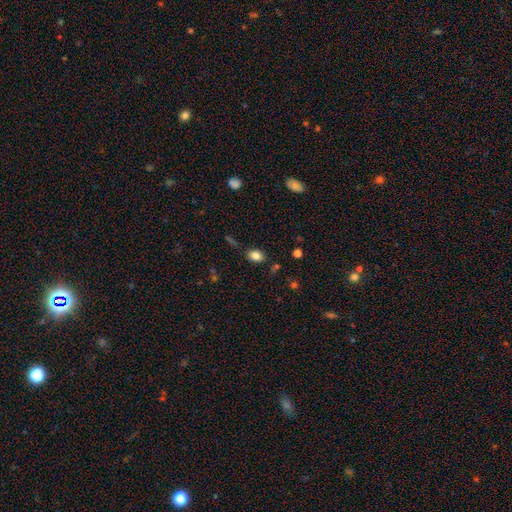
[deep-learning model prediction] Smooth or featured: smooth — 83% (star or artifact — 10%)
How rounded: in between — 77% (round — 21%)
Merging: none — 82% (minor disturbance — 12%)